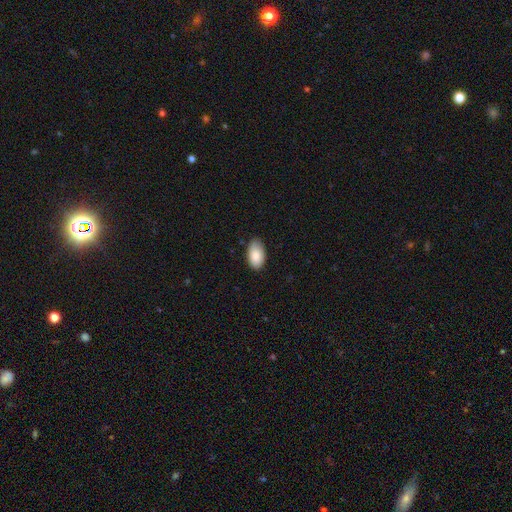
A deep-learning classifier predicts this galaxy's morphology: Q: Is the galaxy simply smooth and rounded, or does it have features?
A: smooth — 87%.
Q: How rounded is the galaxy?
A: in between — 95%.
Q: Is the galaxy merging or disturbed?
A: none — 80%.